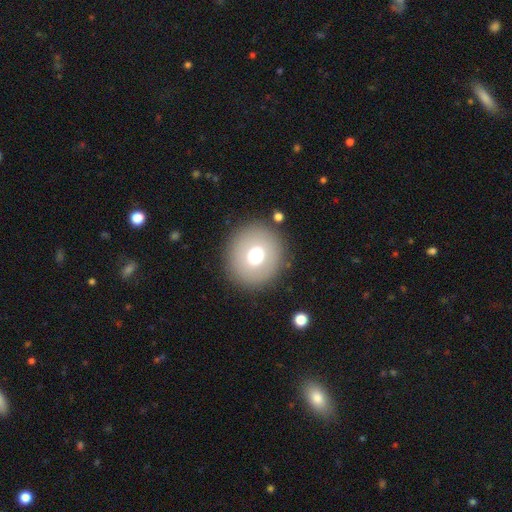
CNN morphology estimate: The model was most divided on "smooth or featured": smooth: 70%, featured or disk: 19%, star or artifact: 12%. More confident: how rounded — round (89%); merging — none (88%).